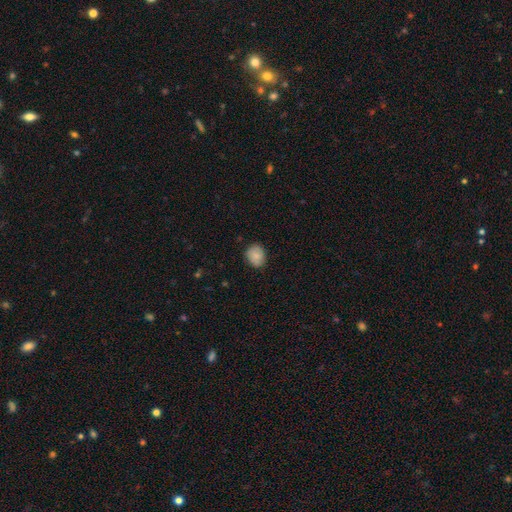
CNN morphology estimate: This is clearly a smooth galaxy (82%). How rounded: possibly round (57%). Merging: clearly none (83%).